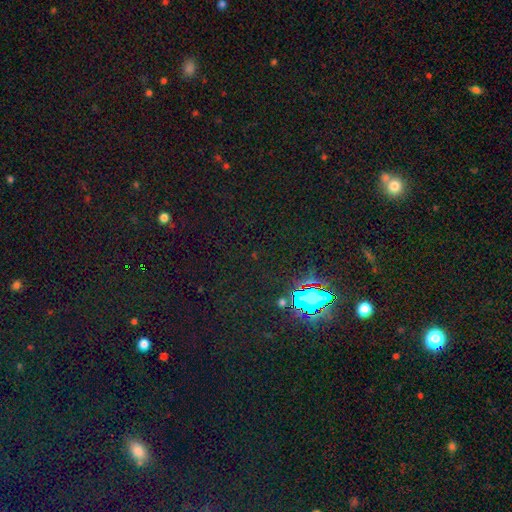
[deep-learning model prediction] Smooth or featured? star or artifact (80%)